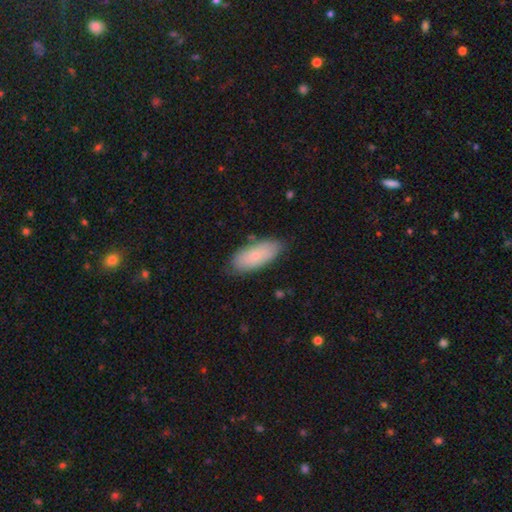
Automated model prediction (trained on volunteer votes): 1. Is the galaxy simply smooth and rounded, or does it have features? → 74% smooth, 20% featured or disk, 6% star or artifact.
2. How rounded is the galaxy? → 87% in between, 11% cigar-shaped, 2% round.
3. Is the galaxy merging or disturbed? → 76% none, 18% minor disturbance, 3% major disturbance, 2% merger.